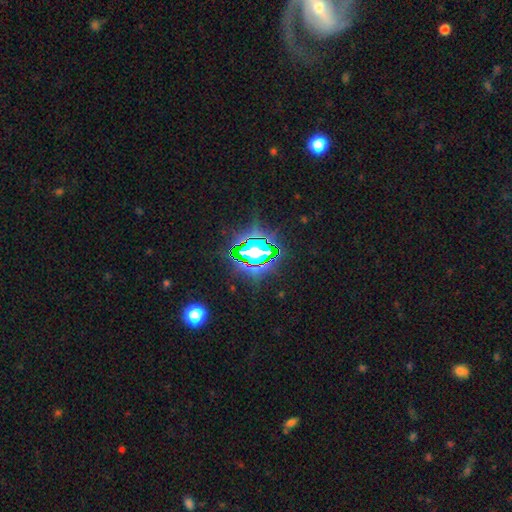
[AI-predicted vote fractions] Smooth or featured: star or artifact — 72% (smooth — 16%)